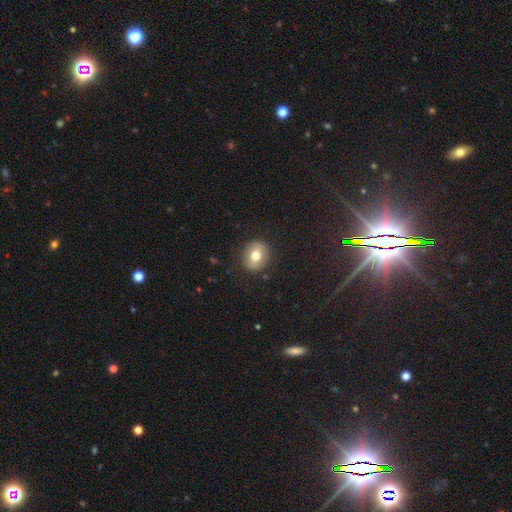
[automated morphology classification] smooth-or-featured: smooth: 71% | featured or disk: 20% | star or artifact: 9%
  how-rounded: round: 66% | in between: 33% | cigar-shaped: 1%
  merging: none: 87% | minor disturbance: 9% | major disturbance: 3% | merger: 1%